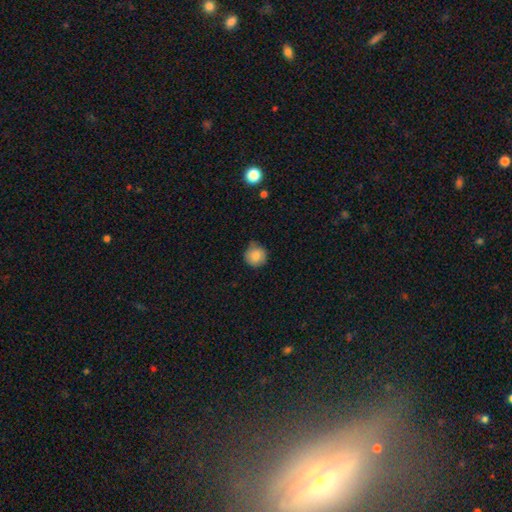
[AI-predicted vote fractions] Morphology: type=smooth (85%); roundness=round (93%); merging=none (75%).